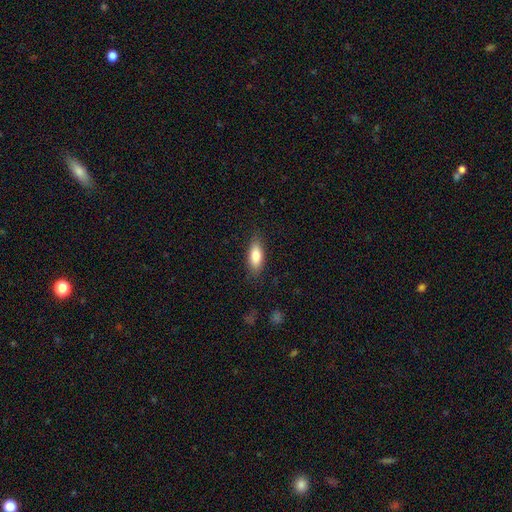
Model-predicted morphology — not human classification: Overall: smooth (81%). How rounded: in between (73%). Merging: none (84%).